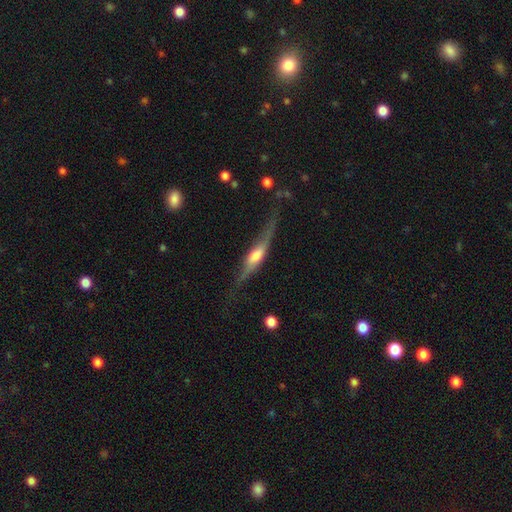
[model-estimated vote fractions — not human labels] Smooth or featured? featured or disk (65%)
Edge-on disk? yes (90%)
Edge-on bulge? rounded (73%)
Merging? none (64%)